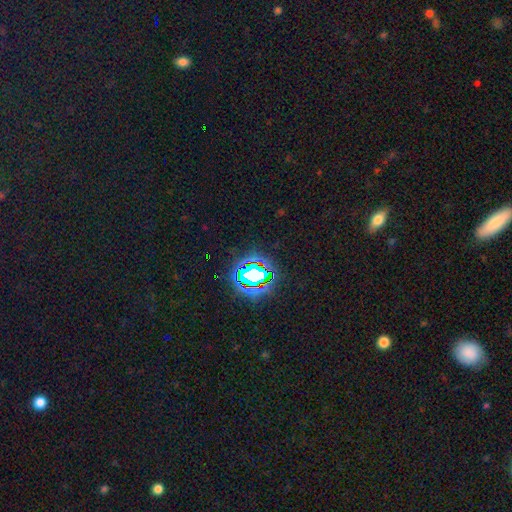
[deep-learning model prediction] Q: Smooth or featured?
A: star or artifact (81%); runner-up: smooth (12%)